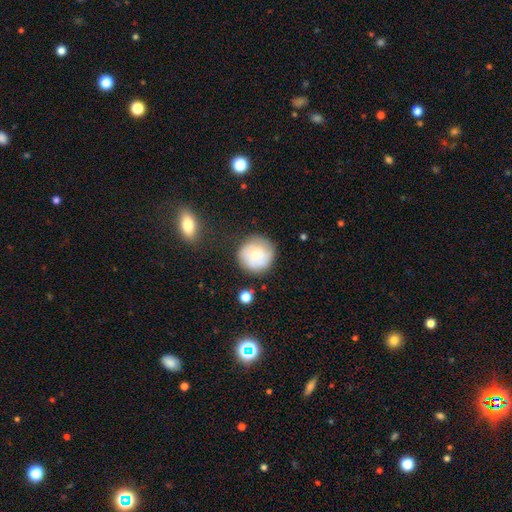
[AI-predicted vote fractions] The model was most divided on "smooth or featured": smooth: 68%, featured or disk: 24%, star or artifact: 8%. More confident: how rounded — round (94%); merging — none (77%).